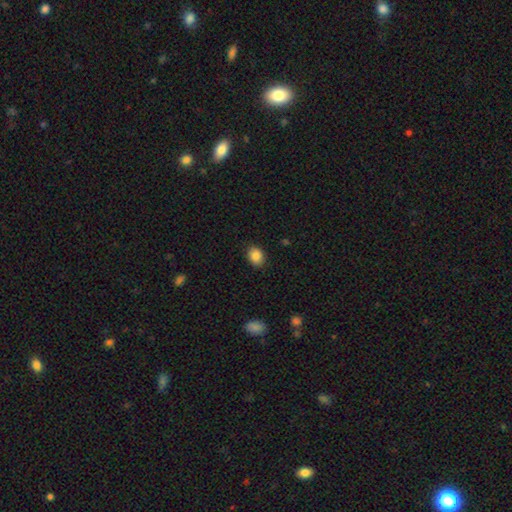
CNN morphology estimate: Overall: smooth (87%). How rounded: in between (57%; round 42%). Merging: none (88%).